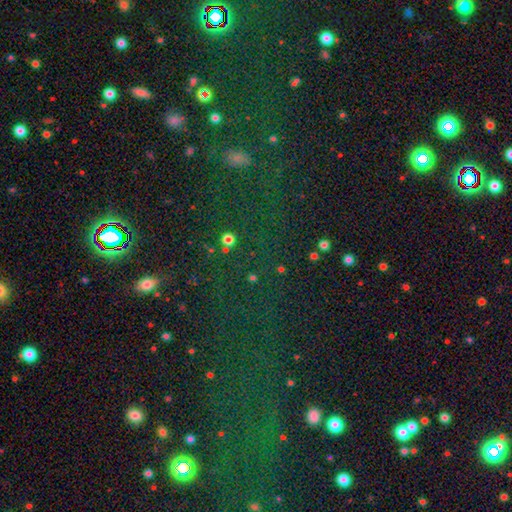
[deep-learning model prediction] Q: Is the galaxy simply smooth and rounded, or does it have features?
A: star or artifact — 73%.